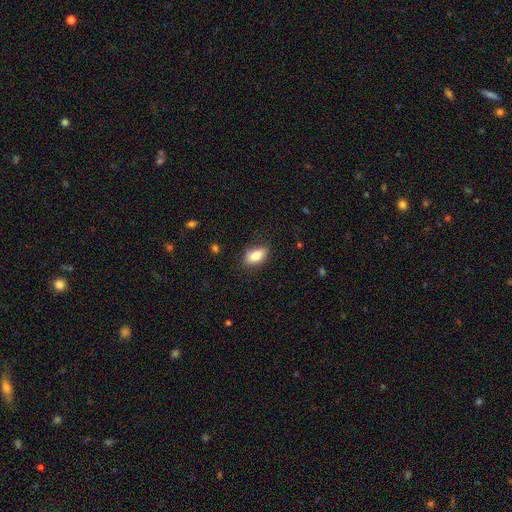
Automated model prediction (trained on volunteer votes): Smooth or featured? Predicted: smooth (p=0.80). How rounded? Predicted: in between (p=0.89). Merging? Predicted: none (p=0.82).